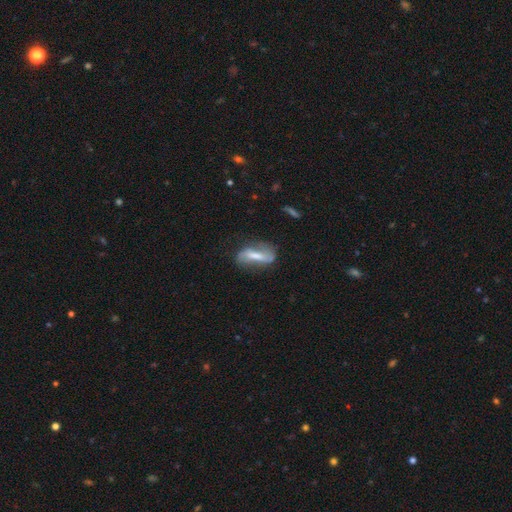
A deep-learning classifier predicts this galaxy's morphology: The model was most divided on "smooth or featured": featured or disk: 58%, smooth: 34%, star or artifact: 8%. More confident: edge-on disk — no (86%); merging — none (57%).